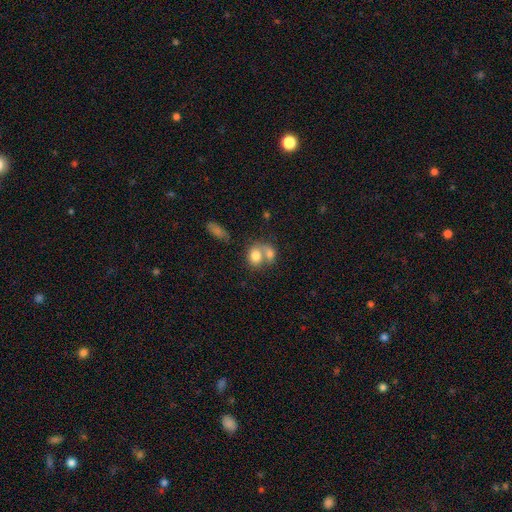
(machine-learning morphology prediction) The model was most divided on "how rounded": round: 51%, in between: 48%, cigar-shaped: 1%. More confident: smooth or featured — smooth (75%); merging — merger (65%).